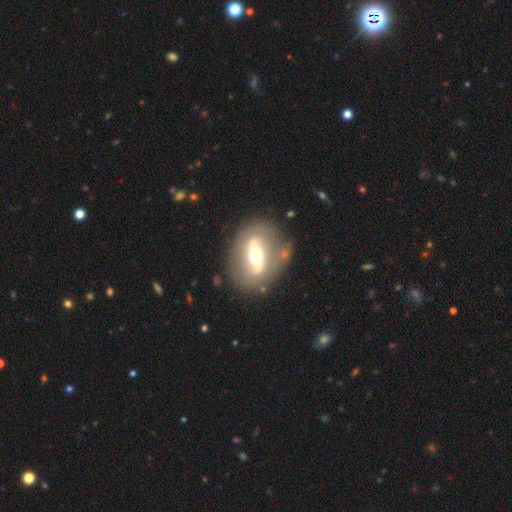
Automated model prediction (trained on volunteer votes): Overall: featured or disk (68%). Edge-on disk: no (82%). Bar: strong (62%; weak 24%). Spiral arms: no (70%; yes 30%). Bulge size: moderate (68%). Merging: none (76%).